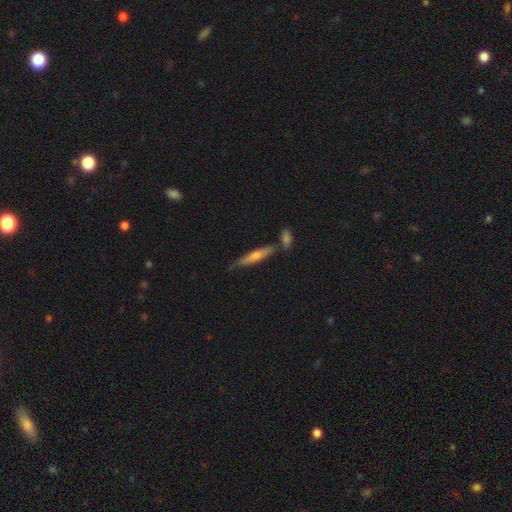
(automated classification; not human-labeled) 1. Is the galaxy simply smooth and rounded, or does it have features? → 51% featured or disk, 41% smooth, 8% star or artifact.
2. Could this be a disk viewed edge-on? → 91% yes, 9% no.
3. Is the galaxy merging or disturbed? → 71% none, 14% merger, 12% minor disturbance, 3% major disturbance.